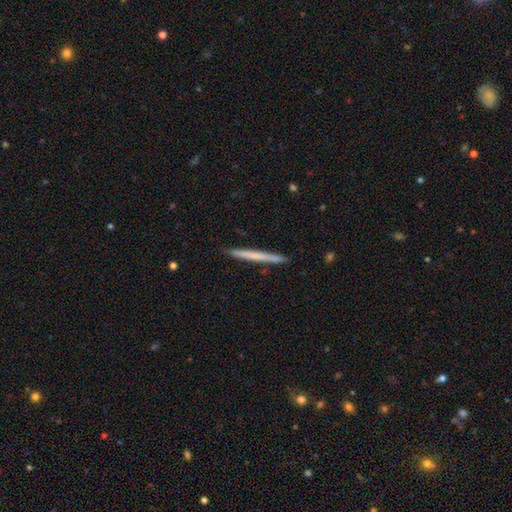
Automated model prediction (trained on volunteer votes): smooth 58%, featured or disk 37%, star or artifact 5%. Down the decision tree: how rounded — cigar-shaped (97%); merging — none (91%).